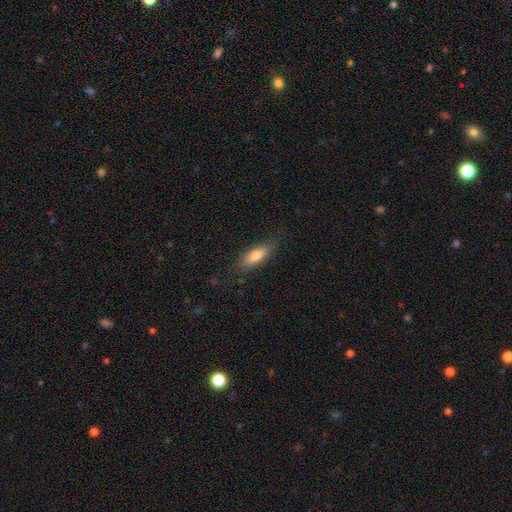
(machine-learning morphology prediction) Smooth or featured?
  - smooth: 76% *
  - featured or disk: 18%
  - star or artifact: 7%
How rounded?
  - in between: 67% *
  - cigar-shaped: 31%
  - round: 2%
Merging?
  - none: 80% *
  - minor disturbance: 15%
  - major disturbance: 4%
  - merger: 1%